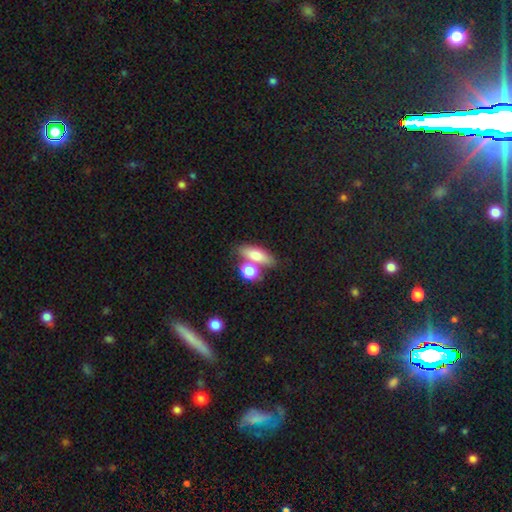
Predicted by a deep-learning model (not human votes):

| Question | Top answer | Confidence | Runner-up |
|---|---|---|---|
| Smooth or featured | smooth | 71% | featured or disk (21%) |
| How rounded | in between | 65% | cigar-shaped (22%) |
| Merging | none | 51% | merger (34%) |